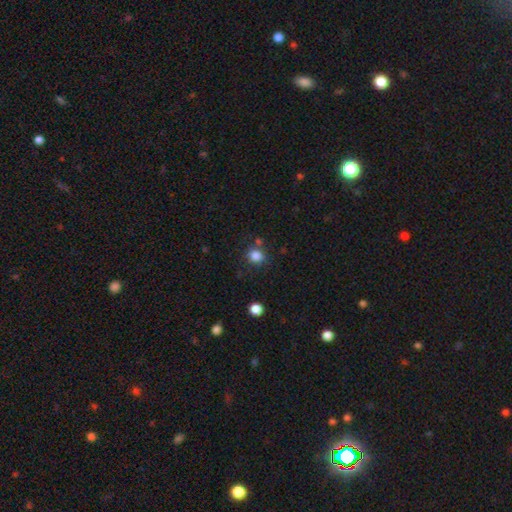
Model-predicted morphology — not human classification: A smooth galaxy with no disk features (84%) that is round (77%). Merging: none (76%).